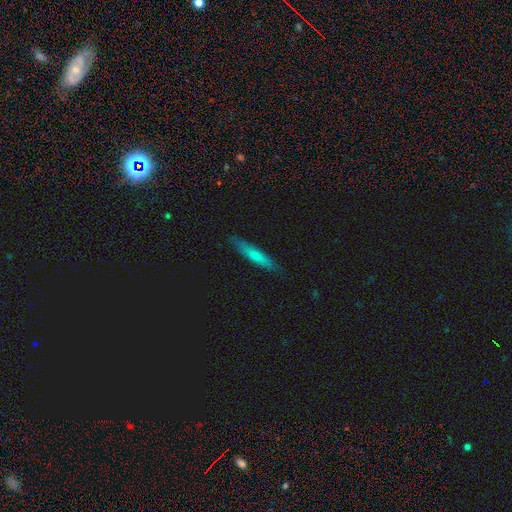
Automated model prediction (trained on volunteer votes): Overall: smooth (62%; featured or disk 32%). How rounded: cigar-shaped (87%). Merging: none (86%).